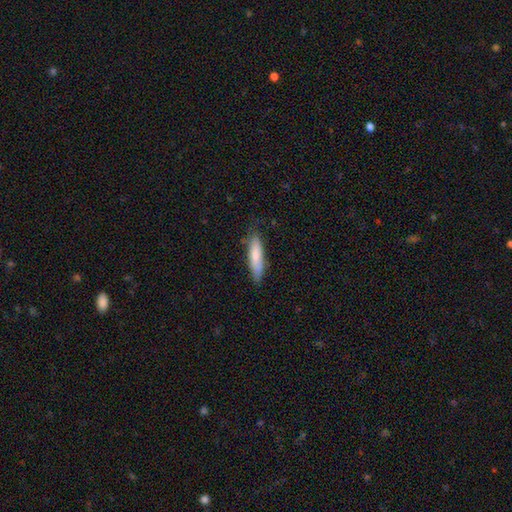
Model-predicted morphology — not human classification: Smooth or featured?
  - smooth: 78% *
  - featured or disk: 16%
  - star or artifact: 6%
How rounded?
  - cigar-shaped: 72% *
  - in between: 27%
  - round: 1%
Merging?
  - none: 76% *
  - minor disturbance: 19%
  - major disturbance: 3%
  - merger: 2%